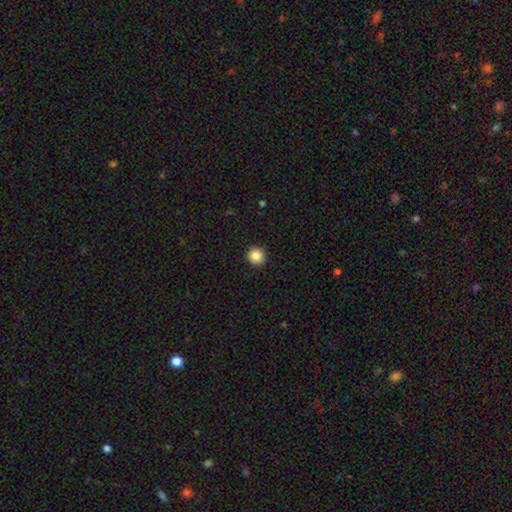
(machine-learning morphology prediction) This appears to be a smooth galaxy with no disk features (87%) that is round (96%). Merging: none (94%).